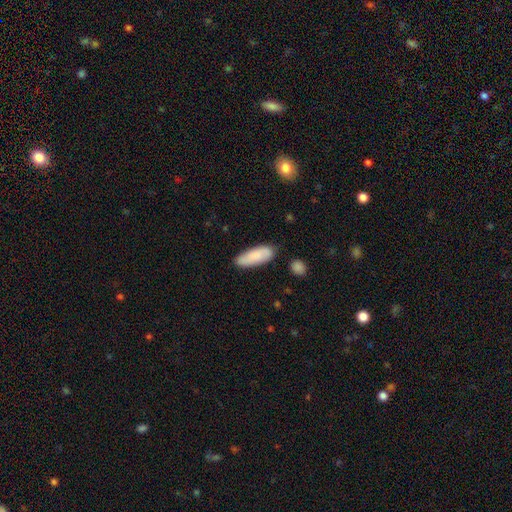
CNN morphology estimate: type=smooth (81%); roundness=in between (70%); merging=none (80%).